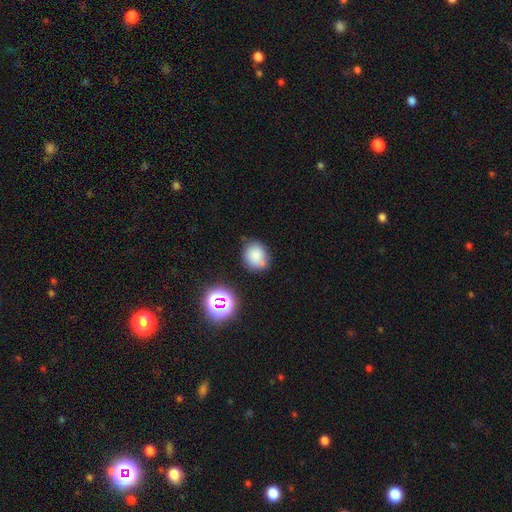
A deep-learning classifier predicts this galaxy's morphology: type=smooth (79%); roundness=round (68%); merging=none (70%).